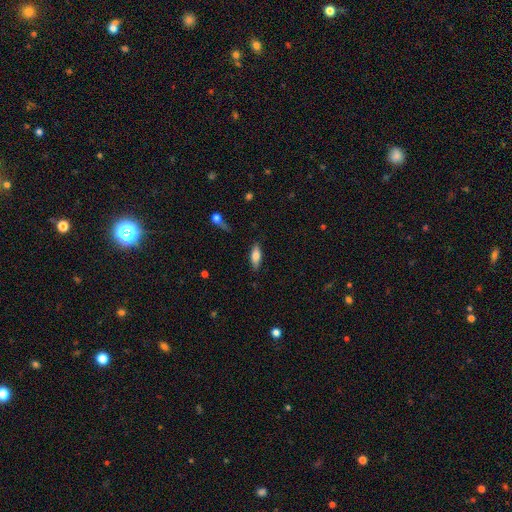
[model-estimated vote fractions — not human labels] The model was most divided on "how rounded": in between: 71%, cigar-shaped: 27%, round: 2%. More confident: merging — none (83%); smooth or featured — smooth (75%).